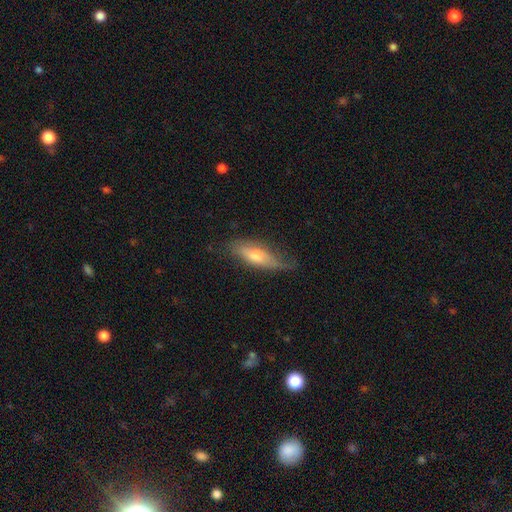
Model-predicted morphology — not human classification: A smooth galaxy with no disk features (55%) that is cigar-shaped (51%). Merging: none (63%).